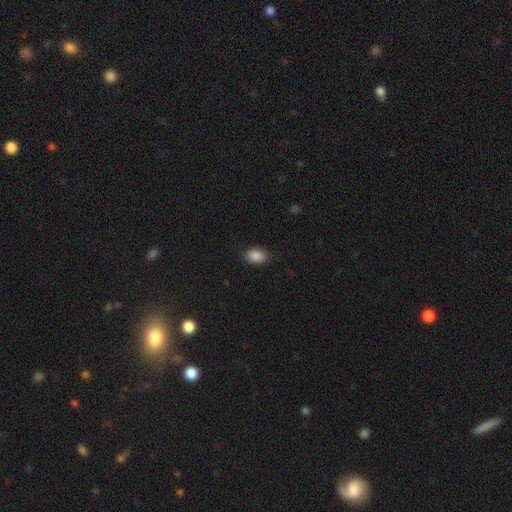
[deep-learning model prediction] A smooth galaxy with no disk features (88%) that is in between round and cigar-shaped (83%). Merging: none (85%).